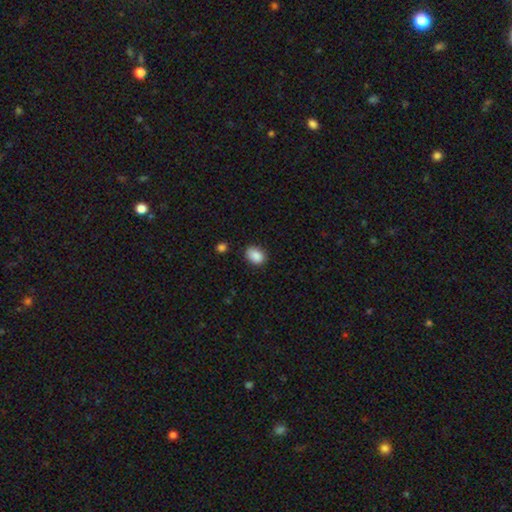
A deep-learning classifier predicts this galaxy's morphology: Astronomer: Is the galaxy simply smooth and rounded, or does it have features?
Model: smooth — 89%.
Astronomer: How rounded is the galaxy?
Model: in between — 74%.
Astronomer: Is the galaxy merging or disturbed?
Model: none — 79%.